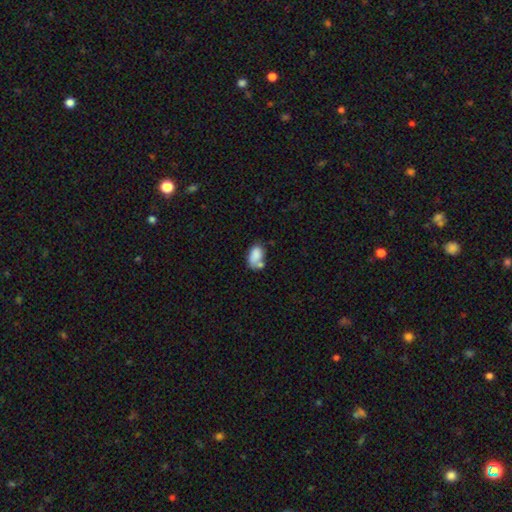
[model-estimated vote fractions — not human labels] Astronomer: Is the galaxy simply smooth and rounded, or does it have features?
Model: smooth — 80%.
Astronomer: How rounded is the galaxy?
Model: in between — 87%.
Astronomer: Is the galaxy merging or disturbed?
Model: none — 38% (runner-up: merger, 32%).